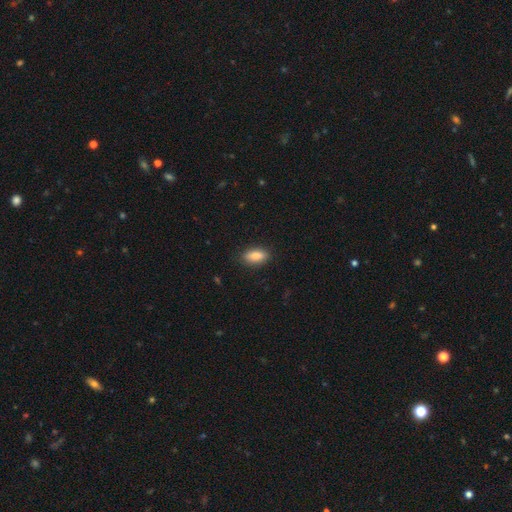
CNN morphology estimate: Smooth or featured?
  - smooth: 83% *
  - featured or disk: 10%
  - star or artifact: 7%
How rounded?
  - in between: 84% *
  - cigar-shaped: 12%
  - round: 4%
Merging?
  - none: 85% *
  - minor disturbance: 12%
  - major disturbance: 3%
  - merger: 1%